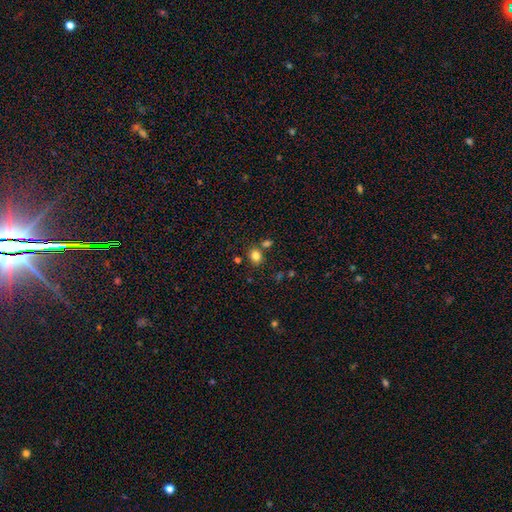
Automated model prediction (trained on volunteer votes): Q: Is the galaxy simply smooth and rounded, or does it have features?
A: smooth — 82%.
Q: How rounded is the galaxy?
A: round — 62%.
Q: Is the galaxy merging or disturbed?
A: none — 75%.